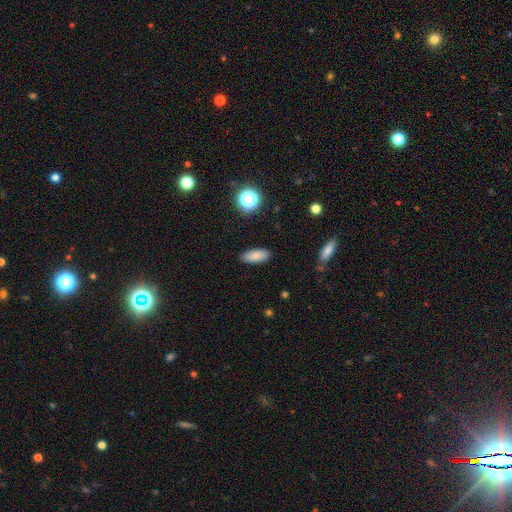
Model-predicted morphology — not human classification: A smooth galaxy with no disk features (82%) that is in between round and cigar-shaped (80%).

Vote fractions:
- Smooth or featured? smooth: 82% / star or artifact: 9% / featured or disk: 8%
- How rounded? in between: 80% / cigar-shaped: 16% / round: 3%
- Merging? none: 88% / minor disturbance: 9% / major disturbance: 2% / merger: 1%